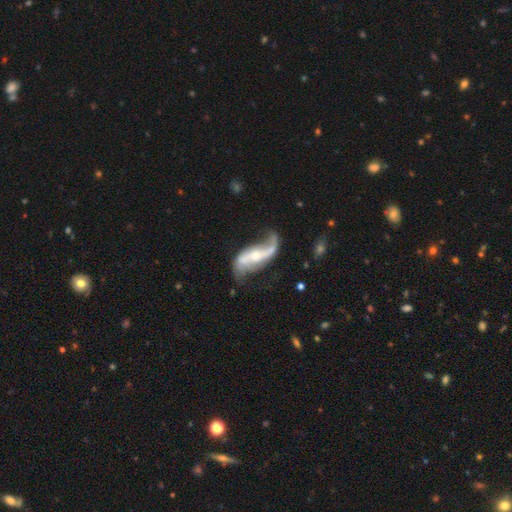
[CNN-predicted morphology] type=featured or disk (88%); edge-on=no (93%); bar=strong (37%); spiral arms=yes (94%); winding=loose (86%); arm count=2 (89%); bulge=small (55%); merging=none (58%).